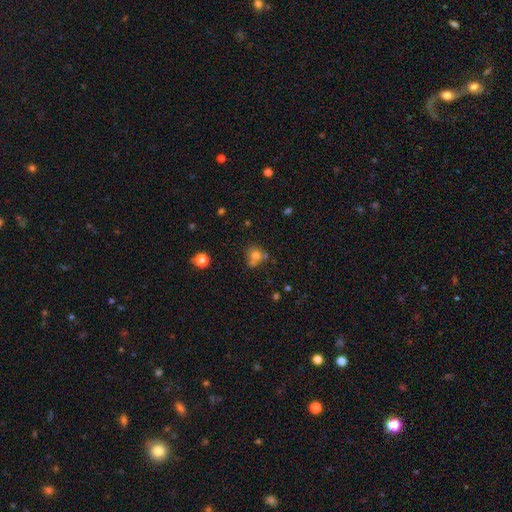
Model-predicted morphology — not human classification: This is likely a smooth galaxy (70%). How rounded: likely round (75%). Merging: possibly none (47%).